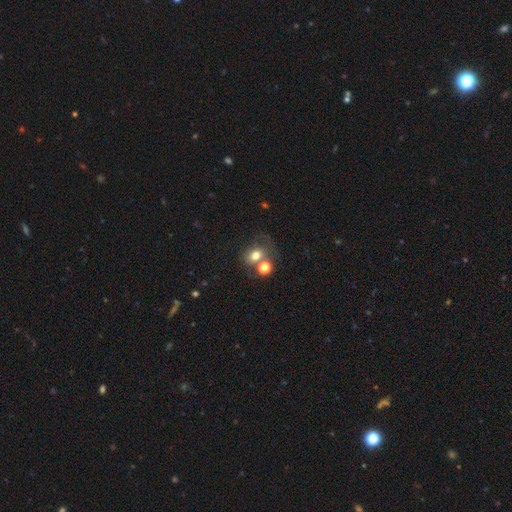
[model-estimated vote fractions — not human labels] A smooth galaxy with no disk features (69%) that is round (54%). Merging: none (41%).